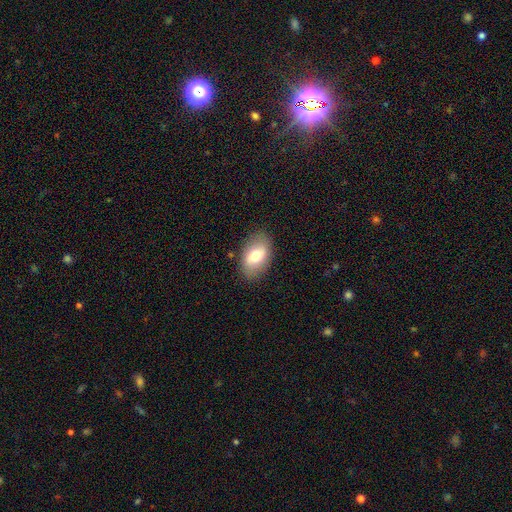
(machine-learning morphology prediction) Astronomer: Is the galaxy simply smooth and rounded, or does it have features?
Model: smooth — 68%.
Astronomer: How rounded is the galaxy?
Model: in between — 90%.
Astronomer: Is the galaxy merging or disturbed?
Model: none — 85%.